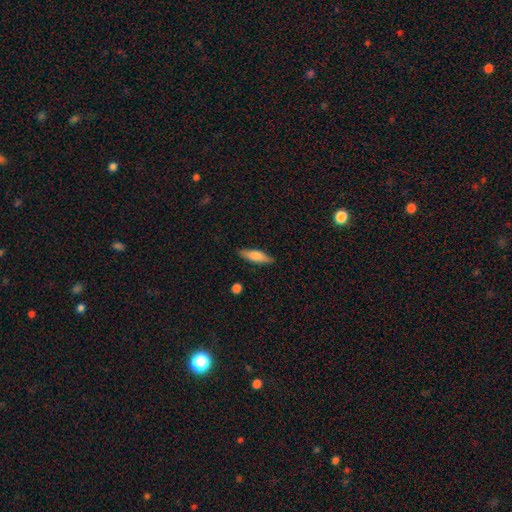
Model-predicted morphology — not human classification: Smooth or featured?
  - smooth: 66% *
  - featured or disk: 28%
  - star or artifact: 6%
How rounded?
  - cigar-shaped: 57% *
  - in between: 41%
  - round: 2%
Merging?
  - none: 87% *
  - minor disturbance: 10%
  - major disturbance: 2%
  - merger: 1%